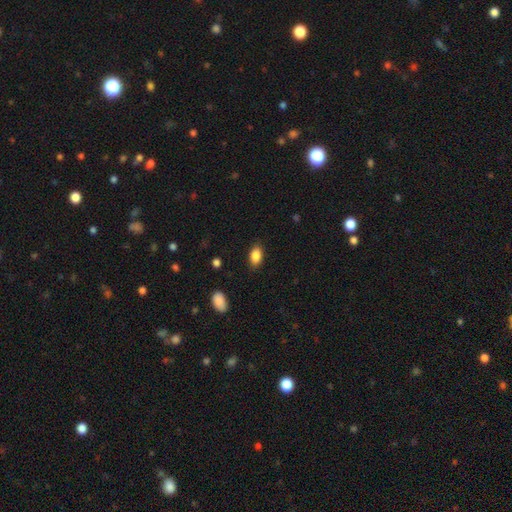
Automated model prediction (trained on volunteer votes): A smooth galaxy with no disk features (87%) that is in between round and cigar-shaped (90%). Merging: none (84%).